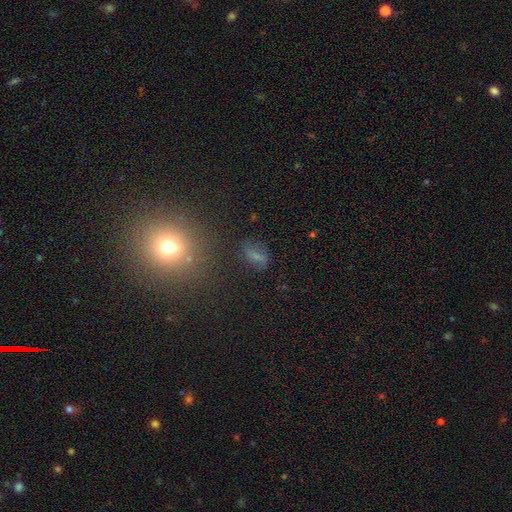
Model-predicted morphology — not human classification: This appears to be a smooth galaxy with no disk features (58%) that is in between round and cigar-shaped (80%). Merging: none (70%).